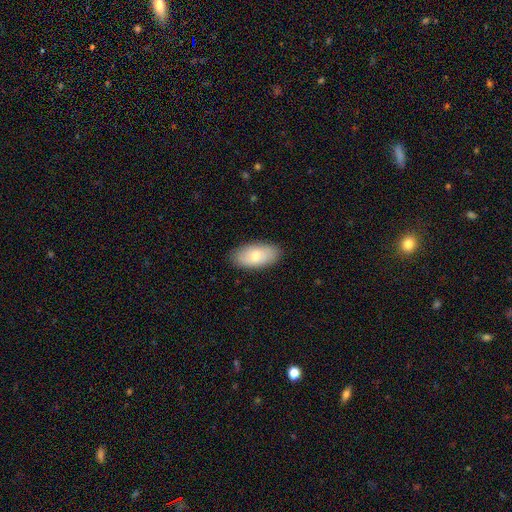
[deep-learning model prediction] Smooth or featured? smooth (71%)
How rounded? in between (93%)
Merging? none (87%)